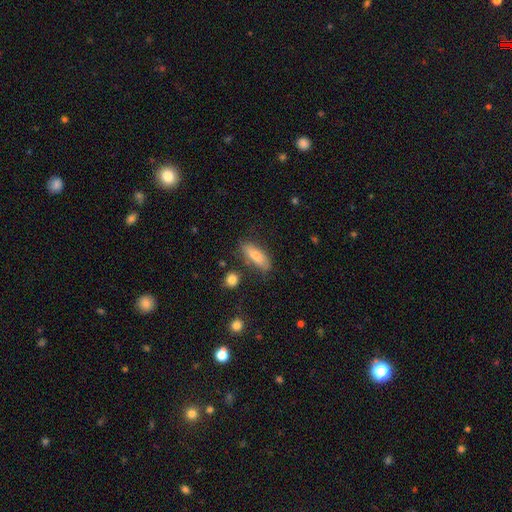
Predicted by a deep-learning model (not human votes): The model was most divided on "how rounded": in between: 63%, cigar-shaped: 34%, round: 3%. More confident: merging — none (77%); smooth or featured — smooth (70%).